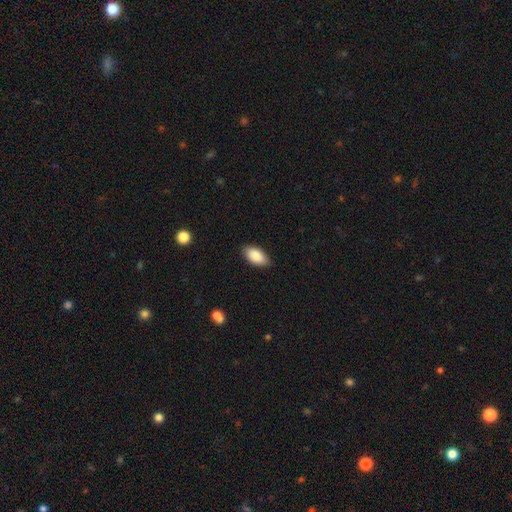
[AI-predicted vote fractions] Q: Smooth or featured?
A: smooth (88%); runner-up: star or artifact (6%)
Q: How rounded?
A: in between (93%); runner-up: cigar-shaped (4%)
Q: Merging?
A: none (84%); runner-up: minor disturbance (13%)